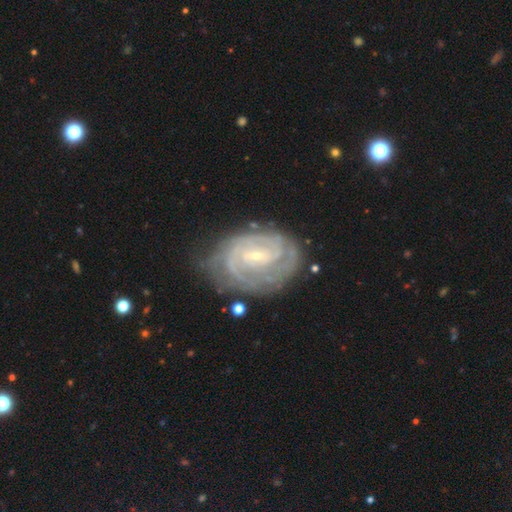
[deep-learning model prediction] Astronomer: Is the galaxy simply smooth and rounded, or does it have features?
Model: featured or disk — 87%.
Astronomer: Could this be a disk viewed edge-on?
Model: no — 97%.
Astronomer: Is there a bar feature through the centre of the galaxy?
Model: weak — 49% (runner-up: no, 27%).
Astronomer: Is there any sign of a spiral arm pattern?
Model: yes — 96%.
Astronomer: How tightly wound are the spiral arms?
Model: tight — 71%.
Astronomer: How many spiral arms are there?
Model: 2 — 36% (runner-up: can't tell, 29%).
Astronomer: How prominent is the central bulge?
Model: small — 81%.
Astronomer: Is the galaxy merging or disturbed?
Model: none — 67%.